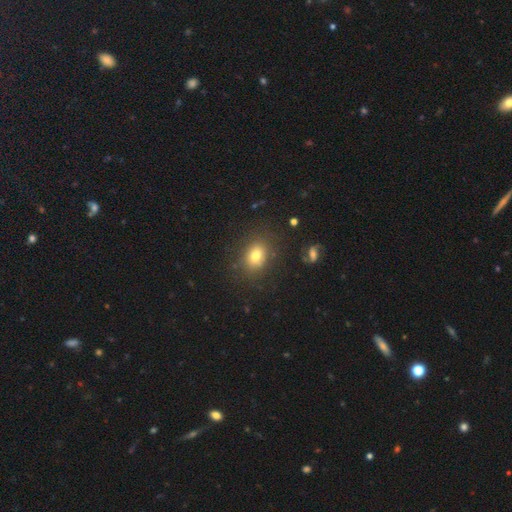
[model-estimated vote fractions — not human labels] Overall: smooth (78%). How rounded: in between (59%; round 40%). Merging: none (81%).